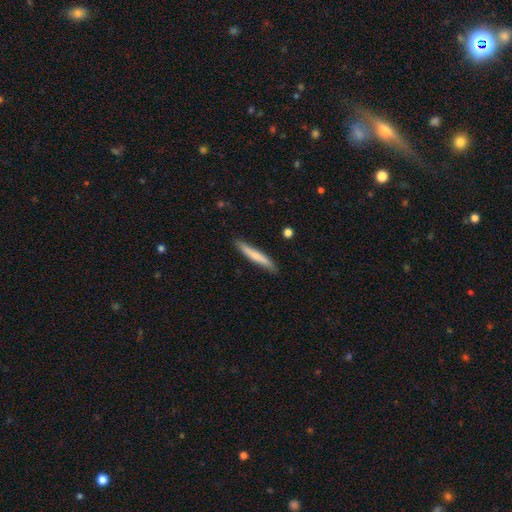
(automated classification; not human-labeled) Smooth or featured? smooth (65%)
How rounded? cigar-shaped (94%)
Merging? none (86%)